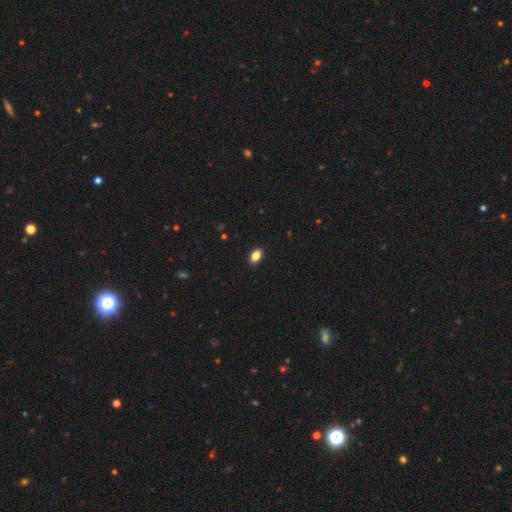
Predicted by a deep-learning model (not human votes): Overall: smooth (86%). How rounded: in between (89%). Merging: none (90%).